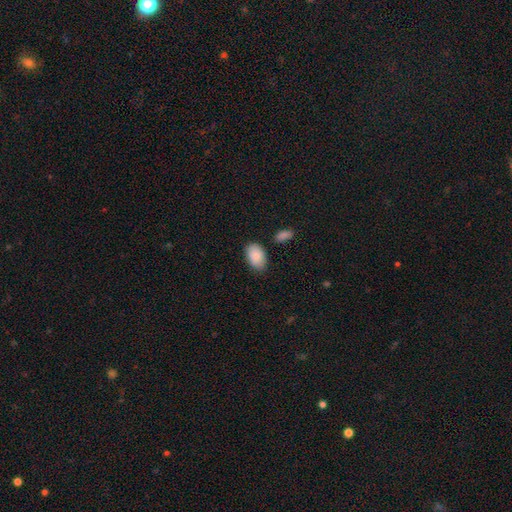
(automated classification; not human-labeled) Smooth or featured: smooth — 89% (star or artifact — 6%)
How rounded: in between — 92% (round — 7%)
Merging: none — 78% (minor disturbance — 15%)